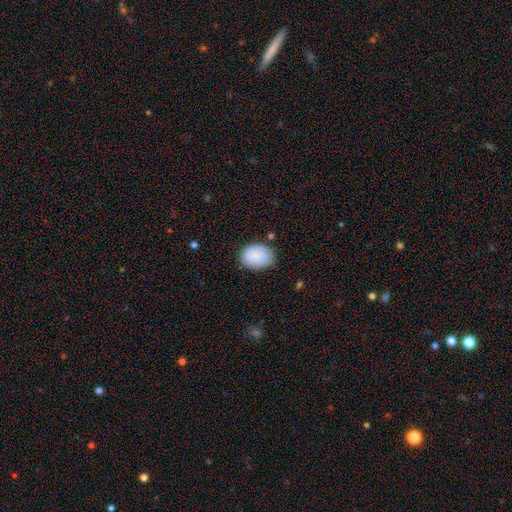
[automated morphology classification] Overall: smooth (87%). How rounded: in between (74%). Merging: none (78%).